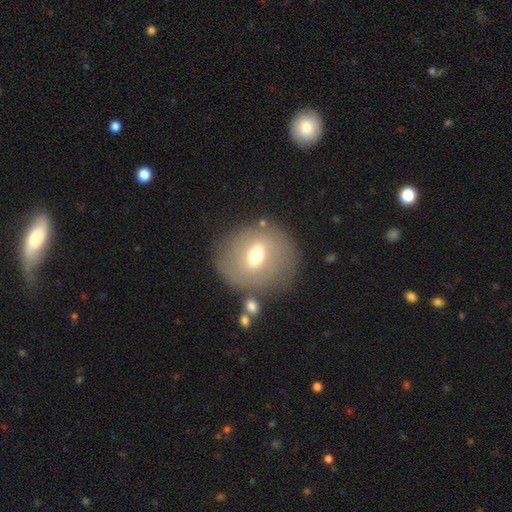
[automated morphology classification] smooth-or-featured: smooth: 49% | featured or disk: 42% | star or artifact: 10%
  merging: none: 76% | minor disturbance: 12% | major disturbance: 6% | merger: 5%